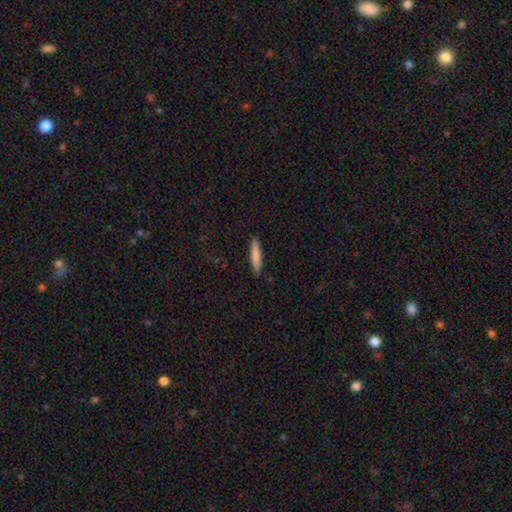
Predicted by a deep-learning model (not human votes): Overall: smooth (79%). How rounded: cigar-shaped (90%). Merging: none (89%).